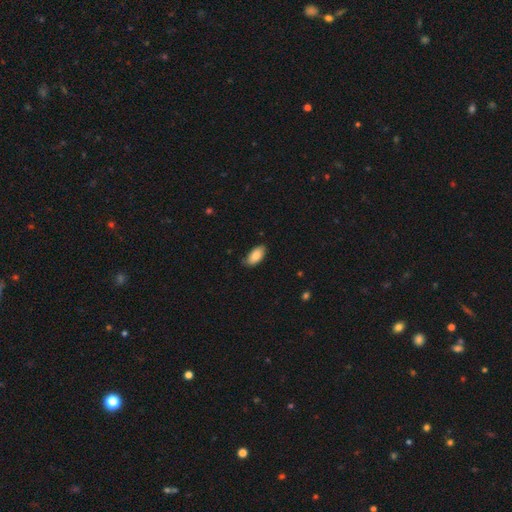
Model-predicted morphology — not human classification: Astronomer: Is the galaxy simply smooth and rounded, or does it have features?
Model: smooth — 85%.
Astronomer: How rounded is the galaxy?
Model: in between — 94%.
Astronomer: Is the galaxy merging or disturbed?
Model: none — 77%.